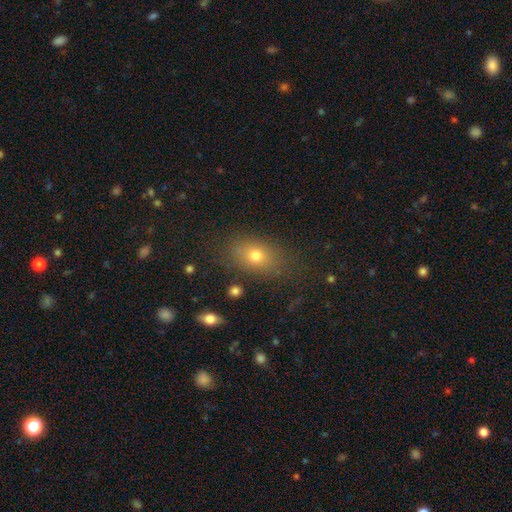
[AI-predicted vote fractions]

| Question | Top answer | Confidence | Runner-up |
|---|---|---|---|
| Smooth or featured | smooth | 71% | star or artifact (15%) |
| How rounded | in between | 72% | round (25%) |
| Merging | none | 79% | minor disturbance (13%) |